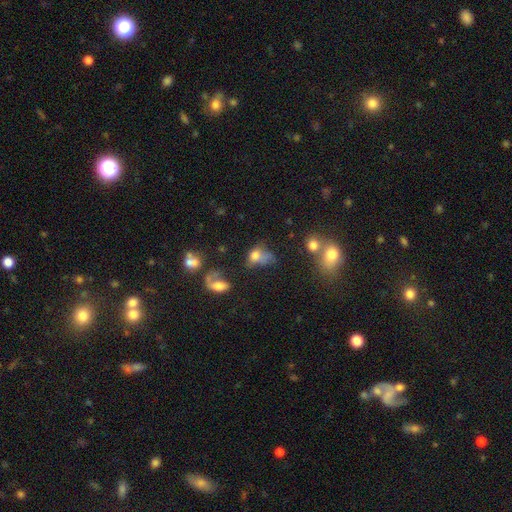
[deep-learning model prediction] This is likely a smooth galaxy (64%). How rounded: likely in between (67%). Merging: marginally major disturbance (33%).